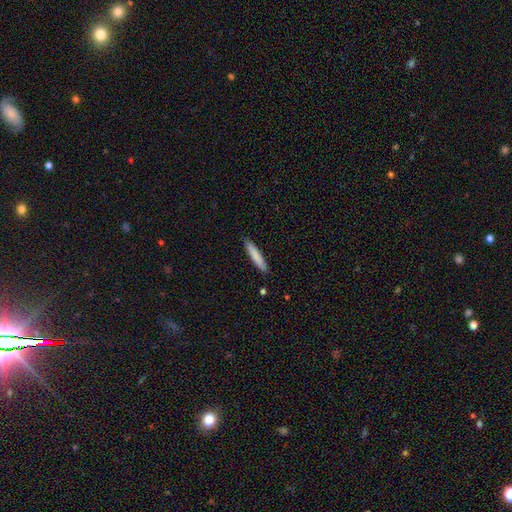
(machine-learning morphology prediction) smooth-or-featured: smooth: 82% | featured or disk: 13% | star or artifact: 6%
  how-rounded: cigar-shaped: 92% | in between: 7% | round: 1%
  merging: none: 90% | minor disturbance: 8% | major disturbance: 1% | merger: 1%